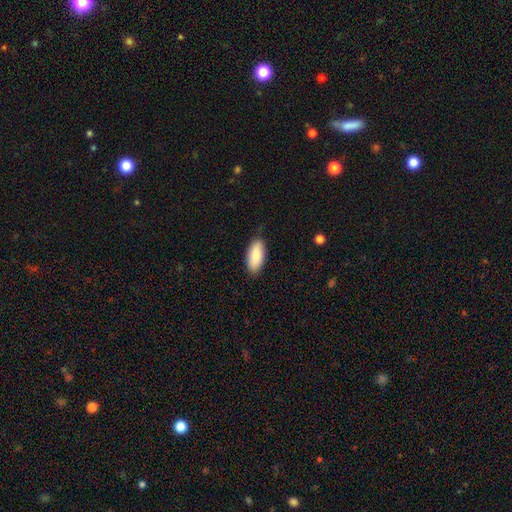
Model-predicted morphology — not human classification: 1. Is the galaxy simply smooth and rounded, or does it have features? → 87% smooth, 7% featured or disk, 6% star or artifact.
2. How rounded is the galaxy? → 88% in between, 10% cigar-shaped, 2% round.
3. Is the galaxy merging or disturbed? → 86% none, 11% minor disturbance, 2% major disturbance, 1% merger.